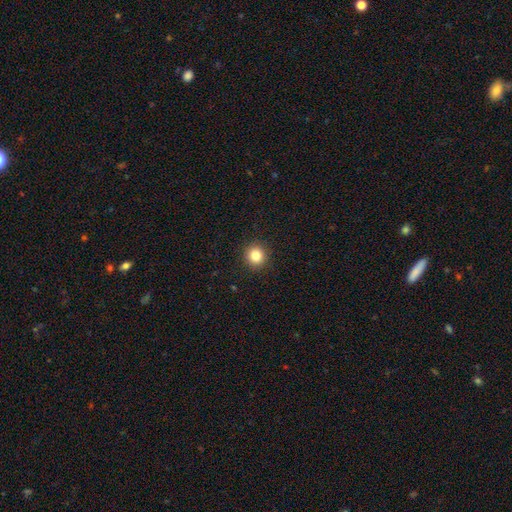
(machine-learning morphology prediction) smooth_or_featured: smooth (p=0.83) [alt: star or artifact p=0.11]
how_rounded: round (p=0.91) [alt: in between p=0.08]
merging: none (p=0.92) [alt: minor disturbance p=0.05]